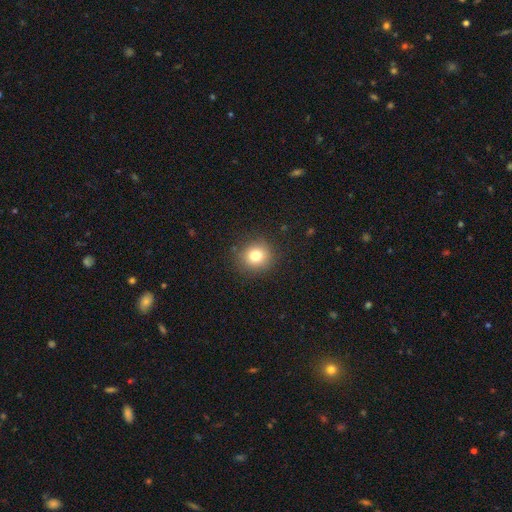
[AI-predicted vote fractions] smooth-or-featured: smooth: 79% | star or artifact: 13% | featured or disk: 8%
  how-rounded: round: 89% | in between: 10% | cigar-shaped: 1%
  merging: none: 88% | minor disturbance: 8% | major disturbance: 3% | merger: 1%